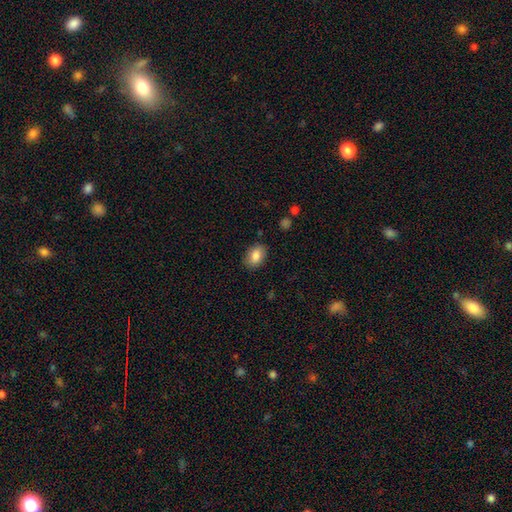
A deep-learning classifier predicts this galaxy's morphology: Q: Smooth or featured?
A: smooth (85%); runner-up: star or artifact (8%)
Q: How rounded?
A: in between (81%); runner-up: round (18%)
Q: Merging?
A: none (86%); runner-up: minor disturbance (10%)